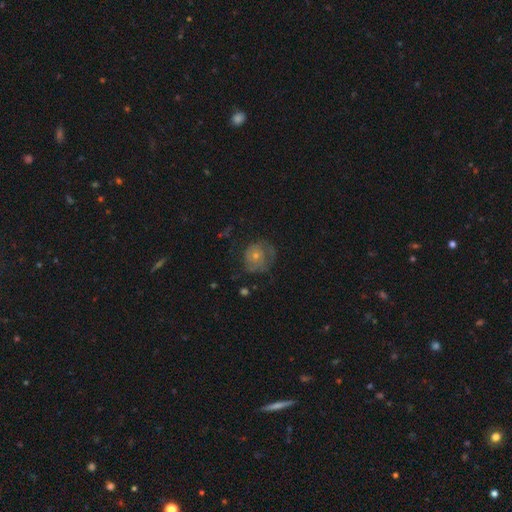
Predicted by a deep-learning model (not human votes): featured or disk 51%, smooth 35%, star or artifact 14%. Down the decision tree: edge-on disk — no (97%); merging — none (61%).